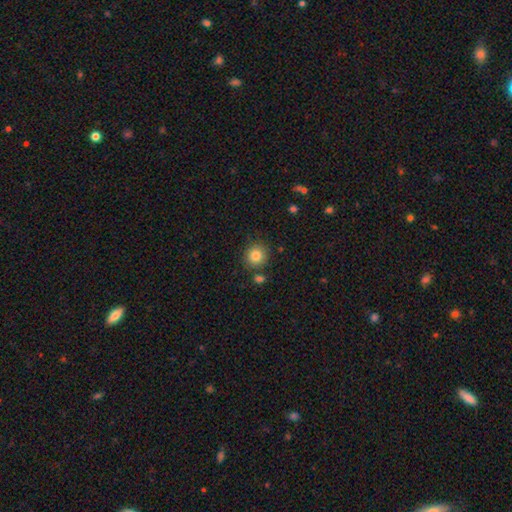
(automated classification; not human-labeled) The model was most divided on "merging": none: 81%, minor disturbance: 9%, merger: 7%, major disturbance: 3%. More confident: how rounded — round (88%); smooth or featured — smooth (83%).